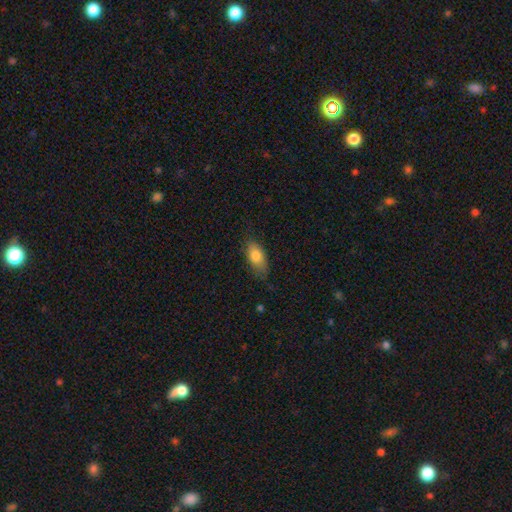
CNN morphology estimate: The model was most divided on "merging": none: 71%, minor disturbance: 23%, major disturbance: 5%, merger: 1%. More confident: how rounded — in between (87%); smooth or featured — smooth (79%).